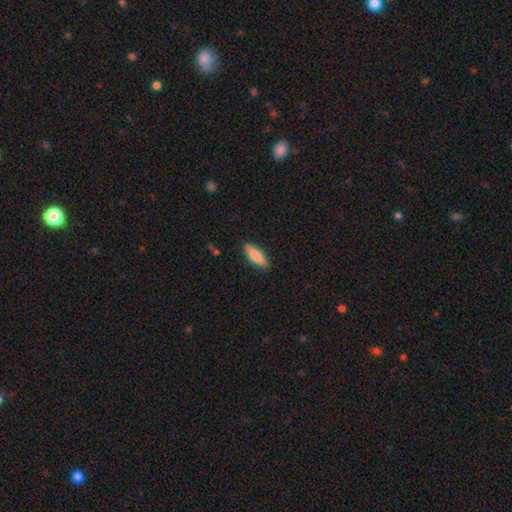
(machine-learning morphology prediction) Smooth or featured: smooth — 82% (featured or disk — 13%)
How rounded: in between — 53% (cigar-shaped — 46%)
Merging: none — 87% (minor disturbance — 10%)